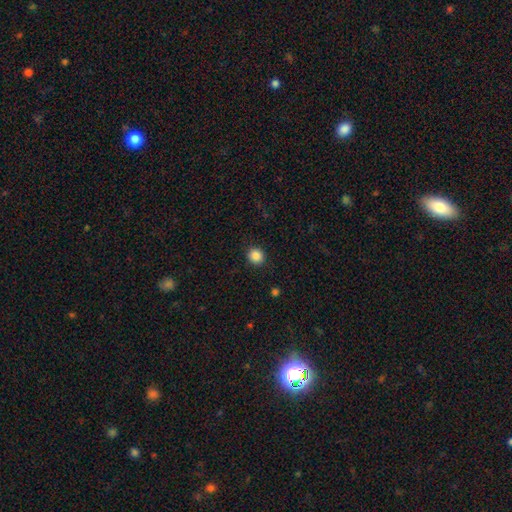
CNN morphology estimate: Q: Smooth or featured?
A: smooth (87%); runner-up: star or artifact (10%)
Q: How rounded?
A: round (87%); runner-up: in between (12%)
Q: Merging?
A: none (91%); runner-up: minor disturbance (6%)